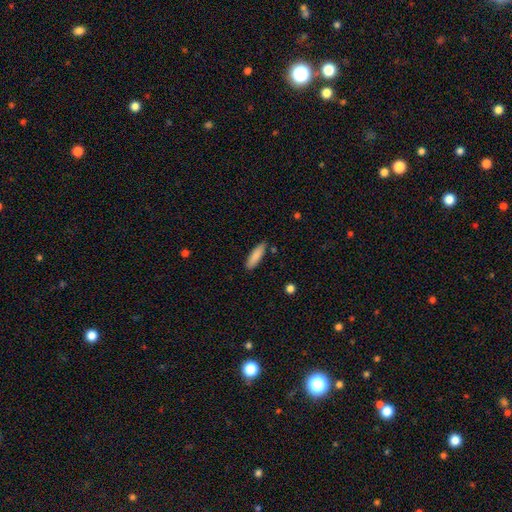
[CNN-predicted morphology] This appears to be a smooth galaxy with no disk features (86%) that is cigar-shaped (60%). Merging: none (85%).